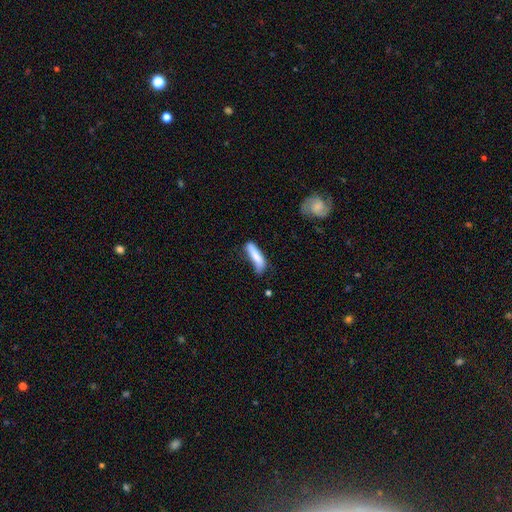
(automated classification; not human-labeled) Morphology: type=smooth (81%); roundness=cigar-shaped (72%); merging=none (50%).